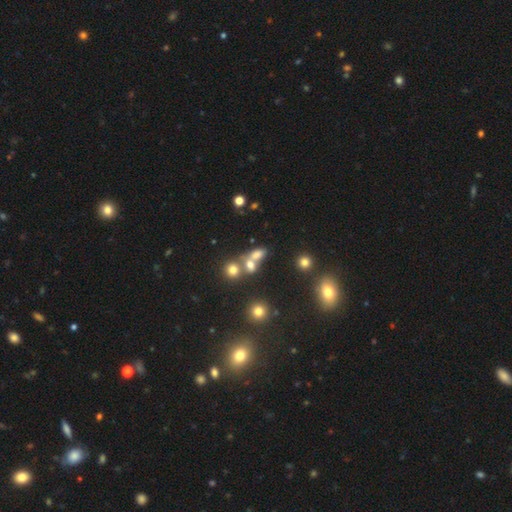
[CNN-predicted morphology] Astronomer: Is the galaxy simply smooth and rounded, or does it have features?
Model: smooth — 66%.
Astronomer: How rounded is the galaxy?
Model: in between — 66%.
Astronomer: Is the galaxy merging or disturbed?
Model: merger — 52% (runner-up: none, 32%).